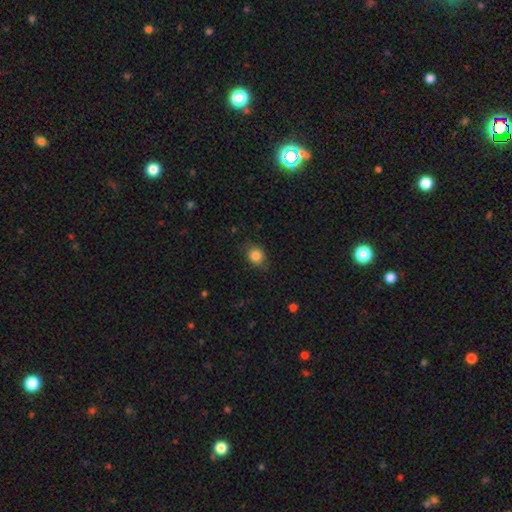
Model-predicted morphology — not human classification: smooth_or_featured: smooth (p=0.85) [alt: star or artifact p=0.09]
how_rounded: round (p=0.63) [alt: in between p=0.36]
merging: none (p=0.77) [alt: minor disturbance p=0.17]